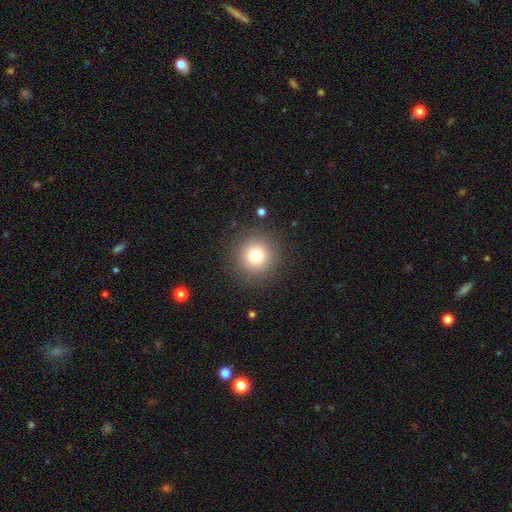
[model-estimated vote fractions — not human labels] Q: Smooth or featured?
A: smooth (78%); runner-up: star or artifact (13%)
Q: How rounded?
A: round (95%); runner-up: in between (4%)
Q: Merging?
A: none (89%); runner-up: minor disturbance (6%)